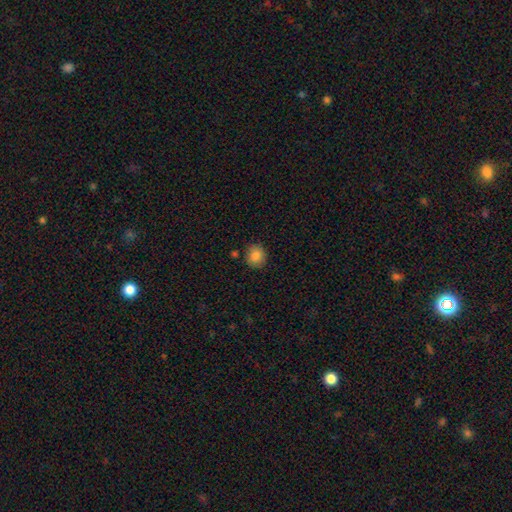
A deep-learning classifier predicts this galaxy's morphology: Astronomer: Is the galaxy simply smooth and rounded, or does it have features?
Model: smooth — 85%.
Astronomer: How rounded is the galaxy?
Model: round — 76%.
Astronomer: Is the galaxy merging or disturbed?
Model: none — 85%.